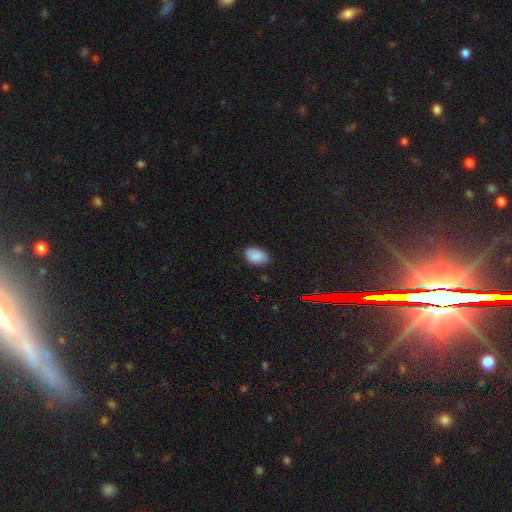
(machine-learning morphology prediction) This appears to be a smooth galaxy with no disk features (87%) that is in between round and cigar-shaped (87%). Merging: none (77%).